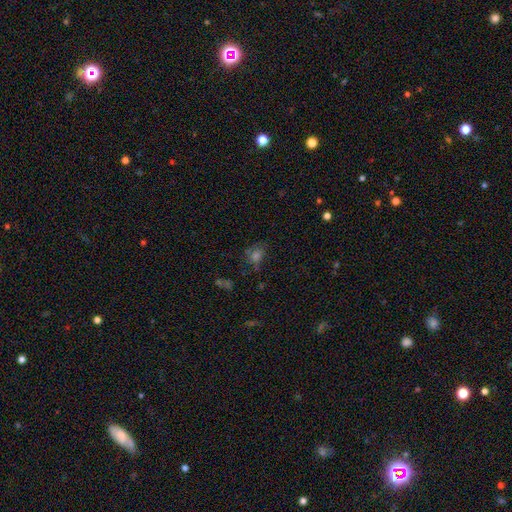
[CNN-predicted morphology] Smooth or featured: smooth — 51% (star or artifact — 34%)
How rounded: round — 50% (in between — 48%)
Merging: none — 62% (minor disturbance — 19%)